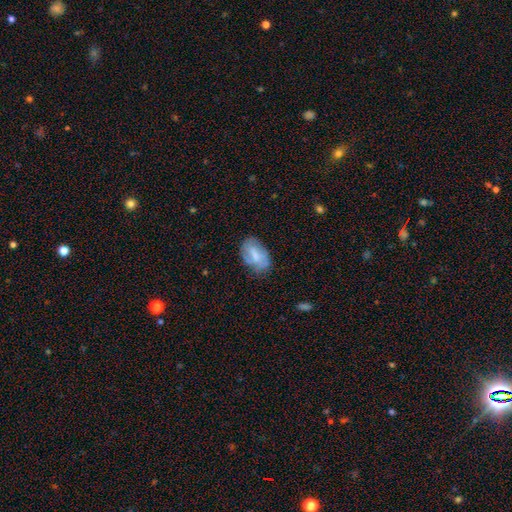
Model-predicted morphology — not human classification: Smooth or featured? smooth (62%)
How rounded? in between (91%)
Merging? none (64%)